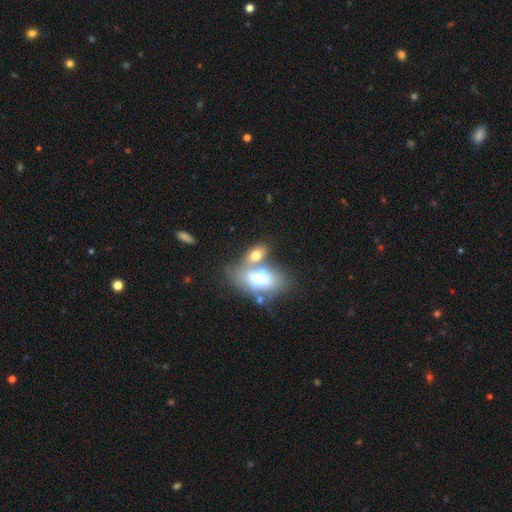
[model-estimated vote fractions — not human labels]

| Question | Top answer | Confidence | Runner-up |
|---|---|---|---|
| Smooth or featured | smooth | 67% | featured or disk (25%) |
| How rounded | in between | 85% | round (11%) |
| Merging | merger | 52% | none (30%) |